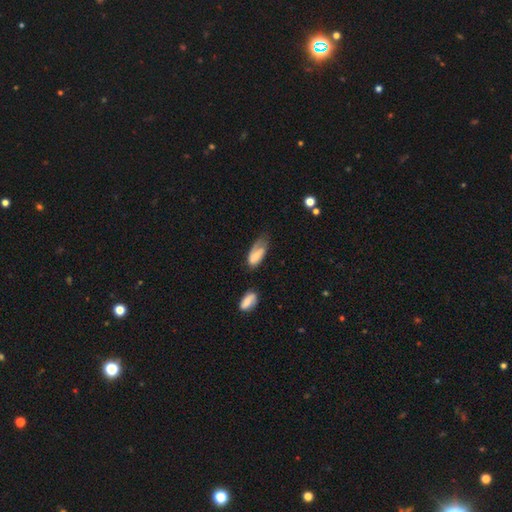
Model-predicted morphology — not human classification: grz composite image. It shows a smooth galaxy with no disk features (68%) that is in between round and cigar-shaped (86%). Merging: none (37%).